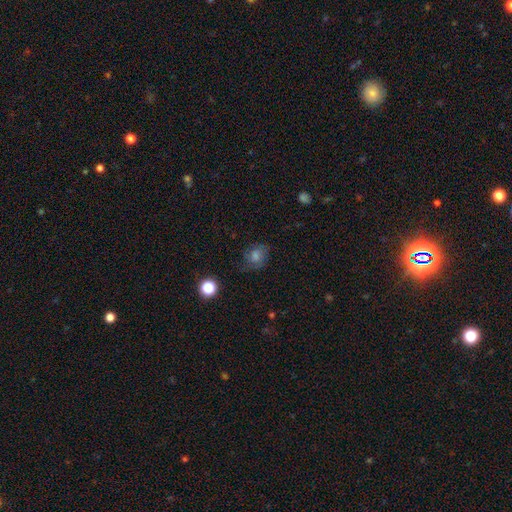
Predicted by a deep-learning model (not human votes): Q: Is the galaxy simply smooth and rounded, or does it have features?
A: smooth — 56%.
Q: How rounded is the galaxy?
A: round — 59%.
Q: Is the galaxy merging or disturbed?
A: none — 70%.